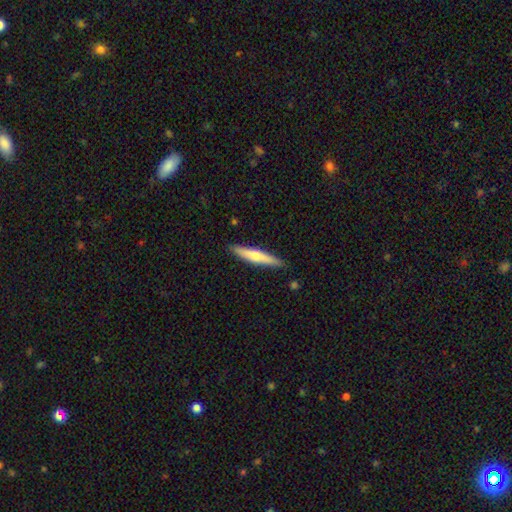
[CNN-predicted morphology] This appears to be a smooth galaxy with no disk features (50%). Merging: none (88%).